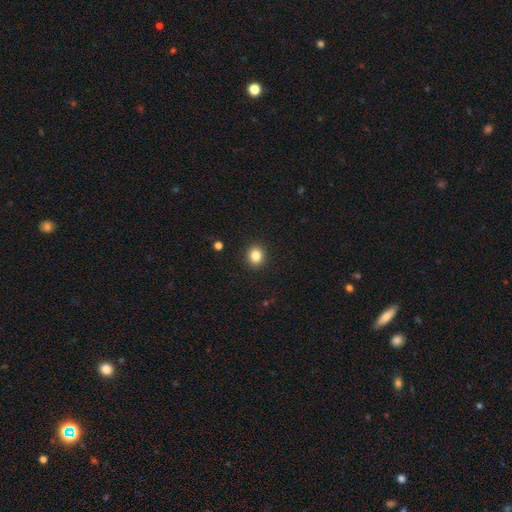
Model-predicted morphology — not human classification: This appears to be a smooth galaxy with no disk features (84%) that is round (77%). Merging: none (92%).